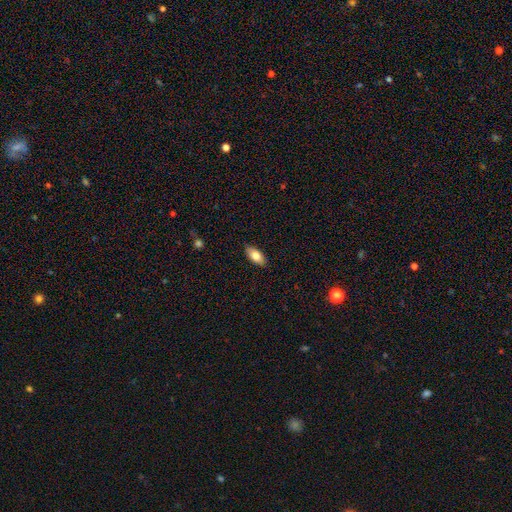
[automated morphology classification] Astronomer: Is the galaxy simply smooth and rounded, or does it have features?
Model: smooth — 79%.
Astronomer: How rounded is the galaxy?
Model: in between — 88%.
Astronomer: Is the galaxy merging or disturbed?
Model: none — 88%.